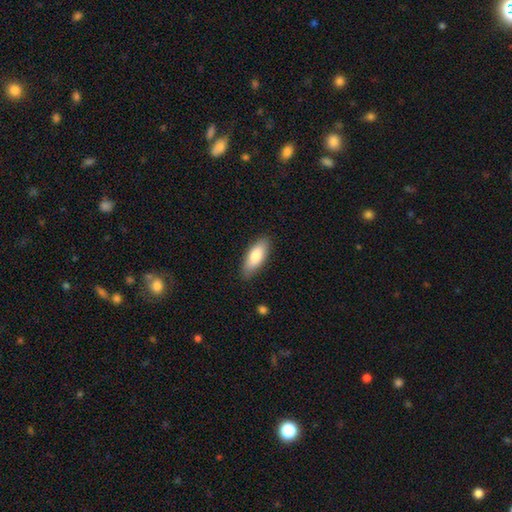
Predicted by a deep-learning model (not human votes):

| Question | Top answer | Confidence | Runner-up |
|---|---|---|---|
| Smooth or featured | smooth | 81% | featured or disk (14%) |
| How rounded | in between | 74% | cigar-shaped (24%) |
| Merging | none | 86% | minor disturbance (11%) |